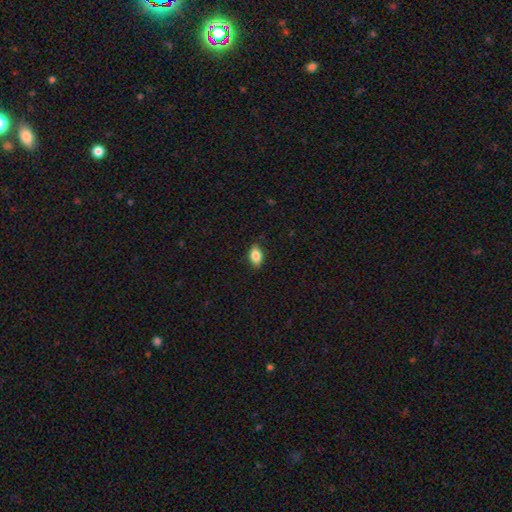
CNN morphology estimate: This appears to be a smooth galaxy with no disk features (82%) that is in between round and cigar-shaped (87%). Merging: none (85%).